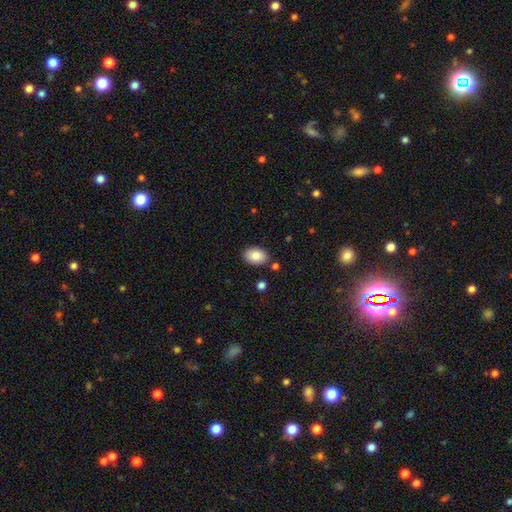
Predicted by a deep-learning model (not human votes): smooth-or-featured: smooth: 84% | featured or disk: 9% | star or artifact: 7%
  how-rounded: in between: 86% | round: 13% | cigar-shaped: 1%
  merging: none: 85% | minor disturbance: 10% | merger: 3% | major disturbance: 2%